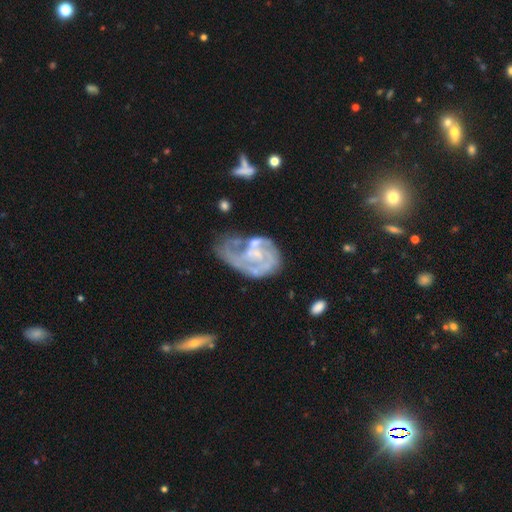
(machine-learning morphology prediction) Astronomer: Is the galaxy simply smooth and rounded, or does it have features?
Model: featured or disk — 76%.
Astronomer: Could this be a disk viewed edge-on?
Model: no — 98%.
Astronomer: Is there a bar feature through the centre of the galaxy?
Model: no — 71%.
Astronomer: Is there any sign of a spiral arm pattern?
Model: yes — 63%.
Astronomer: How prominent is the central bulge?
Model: small — 41% (runner-up: none, 37%).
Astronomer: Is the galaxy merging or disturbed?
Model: major disturbance — 36% (runner-up: none, 30%).